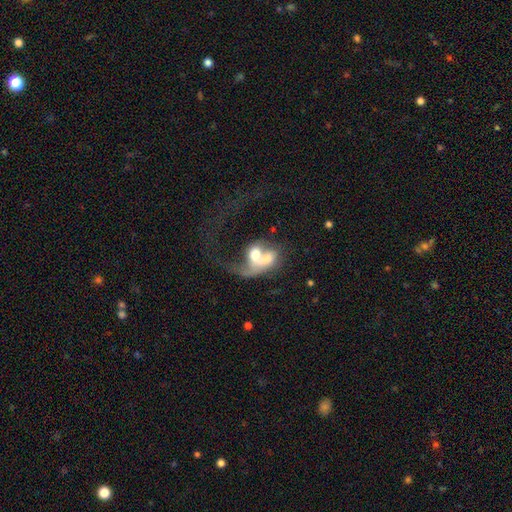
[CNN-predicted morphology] This appears to be a smooth galaxy with no disk features (47%). Merging: merger (71%).